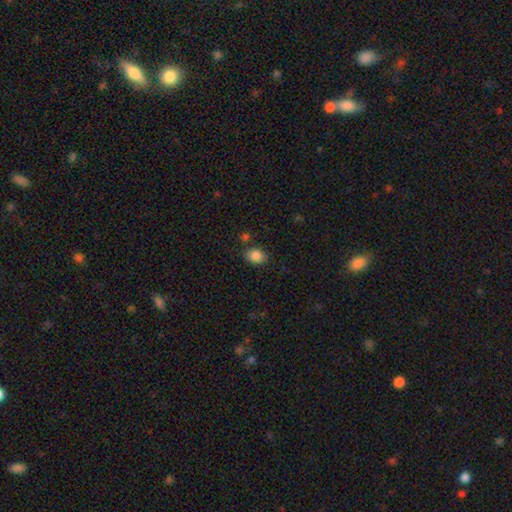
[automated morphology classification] smooth_or_featured: smooth (p=0.86) [alt: star or artifact p=0.10]
how_rounded: in between (p=0.56) [alt: round p=0.43]
merging: none (p=0.80) [alt: minor disturbance p=0.11]